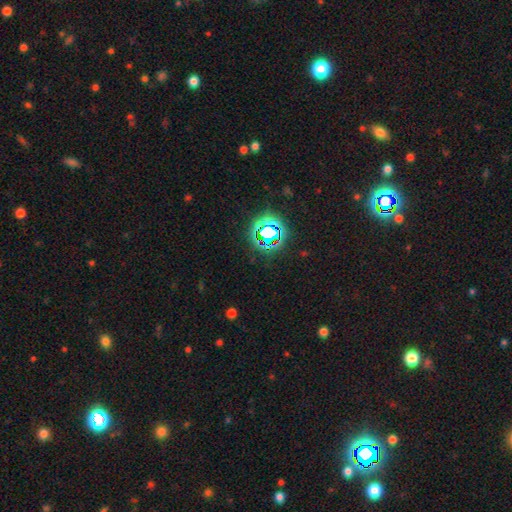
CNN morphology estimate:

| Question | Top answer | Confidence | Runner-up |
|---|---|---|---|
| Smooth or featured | star or artifact | 78% | smooth (15%) |